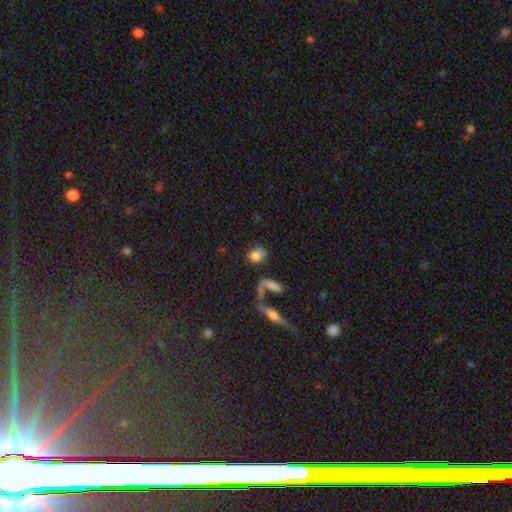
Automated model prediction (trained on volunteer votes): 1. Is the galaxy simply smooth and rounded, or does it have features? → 76% smooth, 13% featured or disk, 10% star or artifact.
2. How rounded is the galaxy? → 52% round, 44% in between, 4% cigar-shaped.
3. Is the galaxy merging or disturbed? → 53% none, 17% merger, 15% minor disturbance, 14% major disturbance.